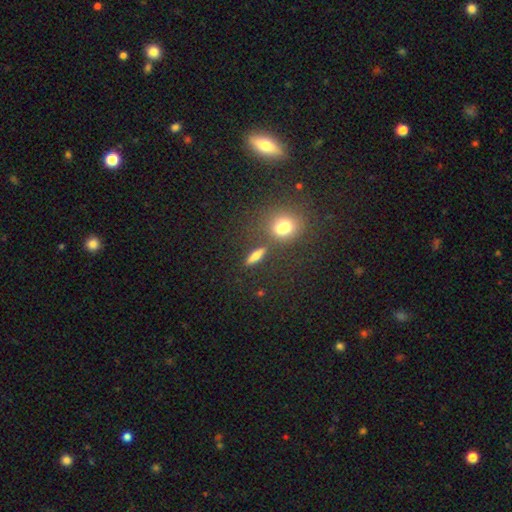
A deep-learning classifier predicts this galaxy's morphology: Smooth or featured?
  - smooth: 64% *
  - featured or disk: 21%
  - star or artifact: 15%
How rounded?
  - cigar-shaped: 60% *
  - in between: 26%
  - round: 14%
Merging?
  - none: 77% *
  - minor disturbance: 10%
  - merger: 9%
  - major disturbance: 4%